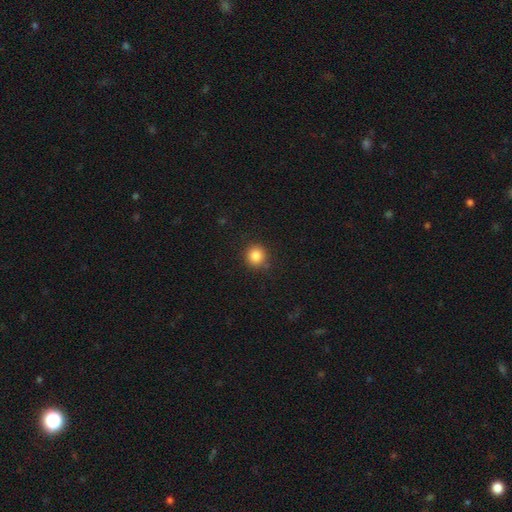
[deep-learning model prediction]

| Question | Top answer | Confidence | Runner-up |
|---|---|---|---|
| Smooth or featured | smooth | 85% | star or artifact (11%) |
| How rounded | round | 92% | in between (7%) |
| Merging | none | 88% | minor disturbance (8%) |